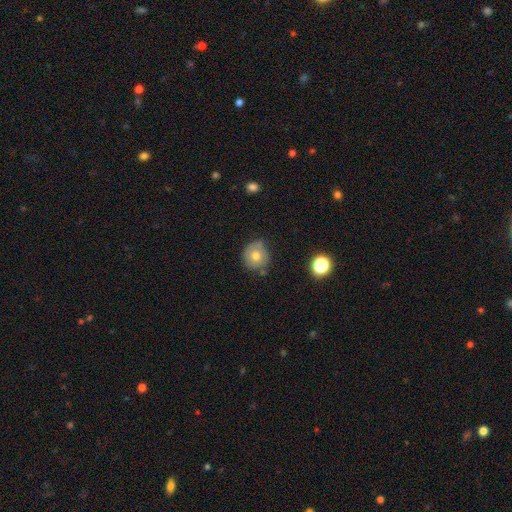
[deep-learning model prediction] A smooth galaxy with no disk features (68%) that is round (88%). Merging: none (70%).